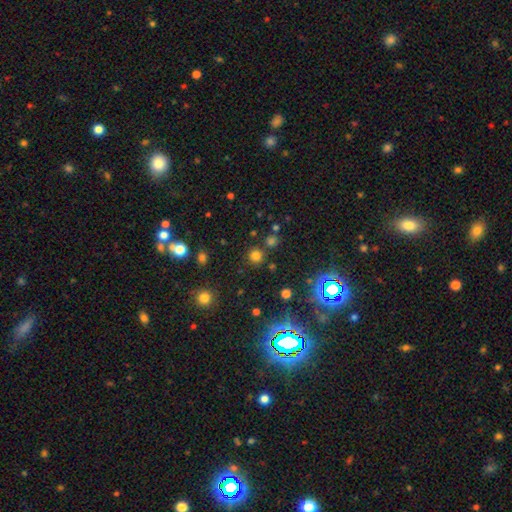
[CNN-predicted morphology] Q: Smooth or featured?
A: smooth (69%); runner-up: star or artifact (25%)
Q: How rounded?
A: round (93%); runner-up: in between (6%)
Q: Merging?
A: none (84%); runner-up: merger (7%)